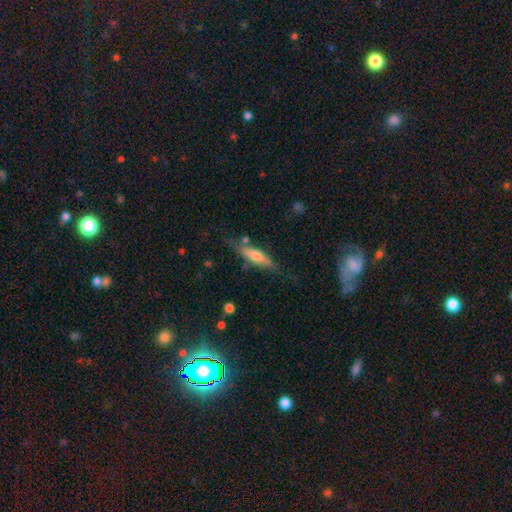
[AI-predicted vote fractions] Smooth or featured?
  - featured or disk: 49% *
  - smooth: 45%
  - star or artifact: 7%
Merging?
  - none: 69% *
  - minor disturbance: 20%
  - major disturbance: 6%
  - merger: 4%